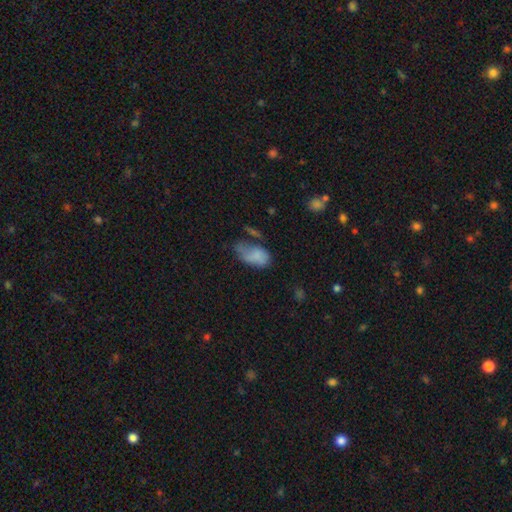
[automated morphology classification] type=smooth (73%); roundness=in between (92%); merging=minor disturbance (31%).